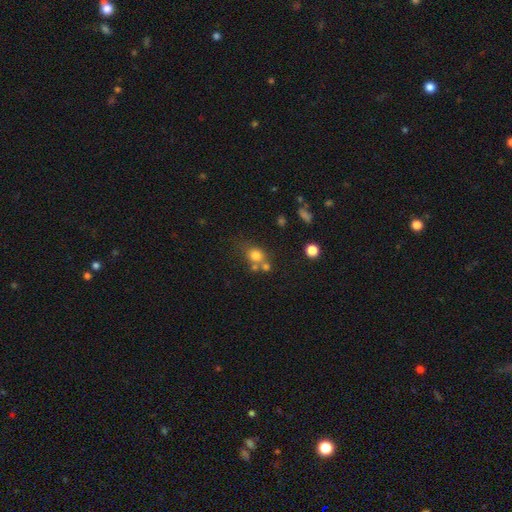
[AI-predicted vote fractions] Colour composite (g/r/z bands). It shows a smooth galaxy with no disk features (75%) that is round (73%). Merging: none (49%).